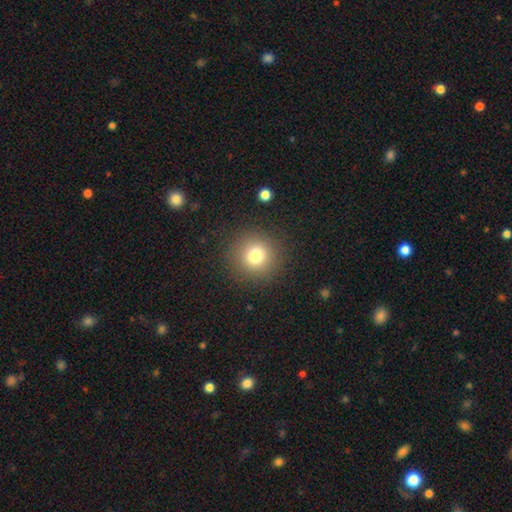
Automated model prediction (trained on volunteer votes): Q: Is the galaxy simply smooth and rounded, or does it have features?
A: smooth — 77%.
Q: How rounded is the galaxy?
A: round — 94%.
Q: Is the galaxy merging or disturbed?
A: none — 89%.